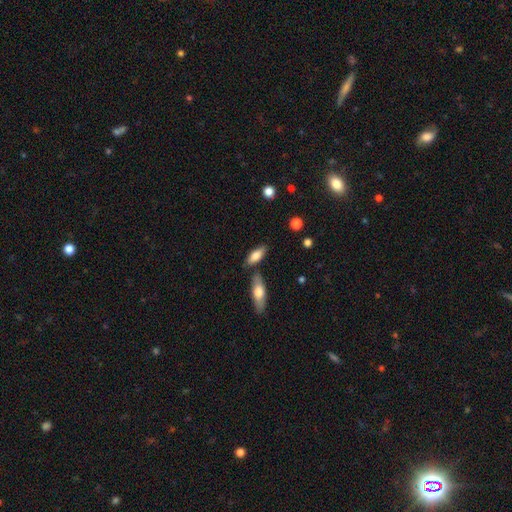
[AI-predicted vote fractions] smooth-or-featured: smooth: 76% | featured or disk: 18% | star or artifact: 6%
  how-rounded: in between: 73% | cigar-shaped: 25% | round: 3%
  merging: none: 72% | minor disturbance: 13% | merger: 12% | major disturbance: 3%